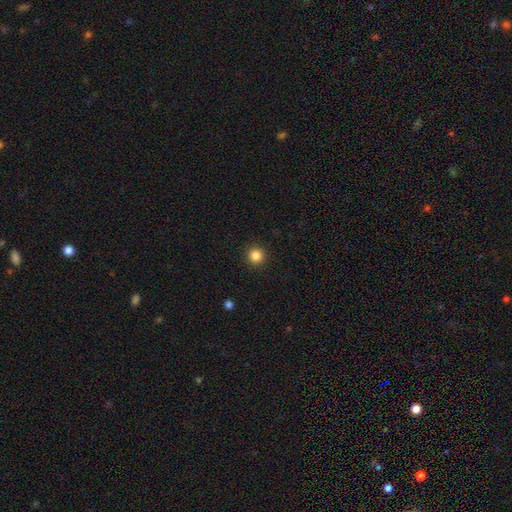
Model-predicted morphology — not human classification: The model was most divided on "smooth or featured": smooth: 85%, star or artifact: 12%, featured or disk: 4%. More confident: how rounded — round (96%); merging — none (93%).